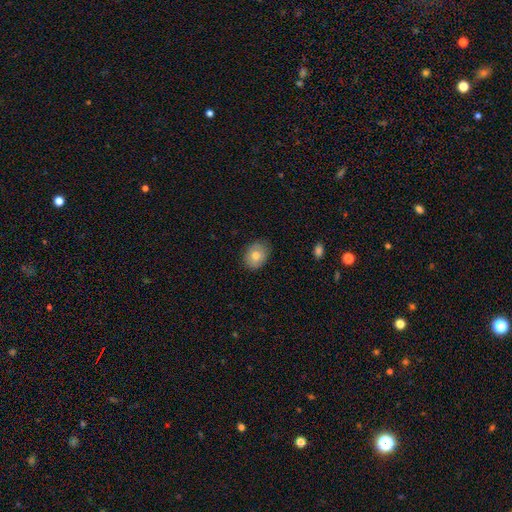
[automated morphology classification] The model was most divided on "how rounded": in between: 55%, round: 45%, cigar-shaped: 1%. More confident: merging — none (84%); smooth or featured — smooth (78%).